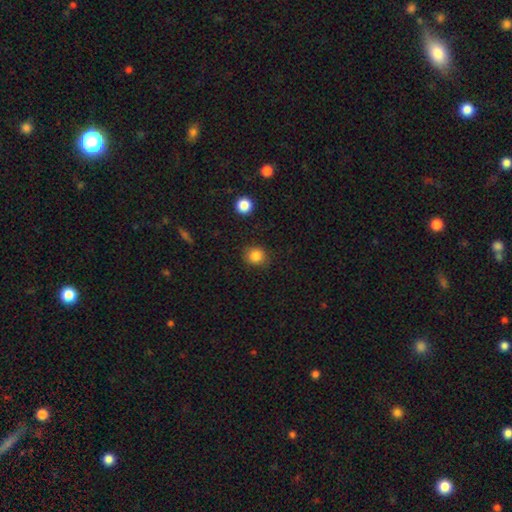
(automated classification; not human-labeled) Smooth or featured?
  - smooth: 84% *
  - star or artifact: 11%
  - featured or disk: 5%
How rounded?
  - round: 83% *
  - in between: 16%
  - cigar-shaped: 1%
Merging?
  - none: 86% *
  - minor disturbance: 10%
  - major disturbance: 3%
  - merger: 2%